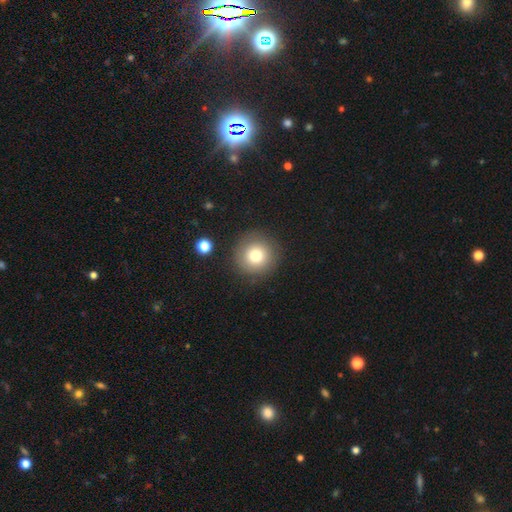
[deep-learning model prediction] smooth_or_featured: smooth (p=0.77) [alt: featured or disk p=0.12]
how_rounded: round (p=0.95) [alt: in between p=0.04]
merging: none (p=0.86) [alt: minor disturbance p=0.08]